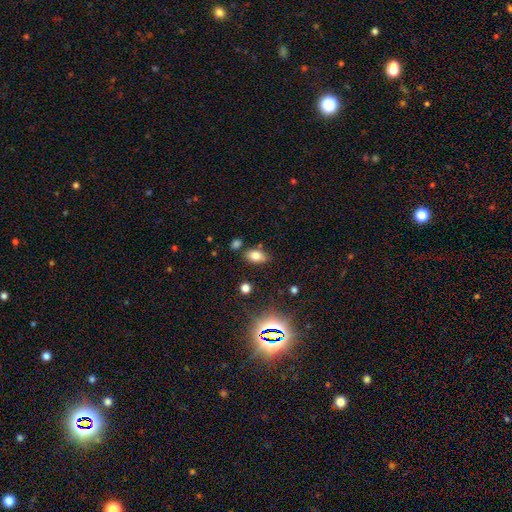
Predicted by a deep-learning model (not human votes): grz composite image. It shows a smooth galaxy with no disk features (76%) that is in between round and cigar-shaped (87%). Merging: none (77%).